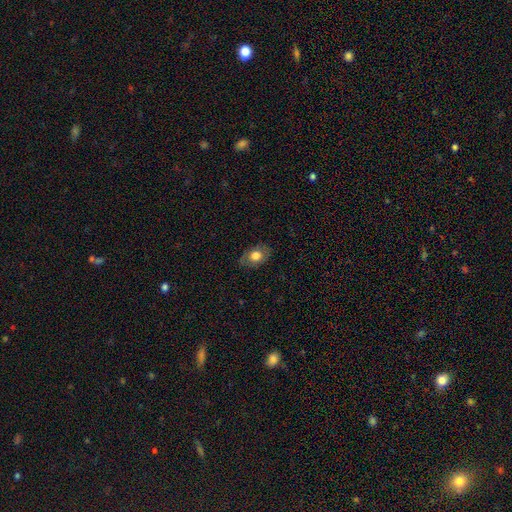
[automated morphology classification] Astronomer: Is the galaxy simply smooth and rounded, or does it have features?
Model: smooth — 69%.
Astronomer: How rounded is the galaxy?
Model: in between — 78%.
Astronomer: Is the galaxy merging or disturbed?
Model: none — 80%.